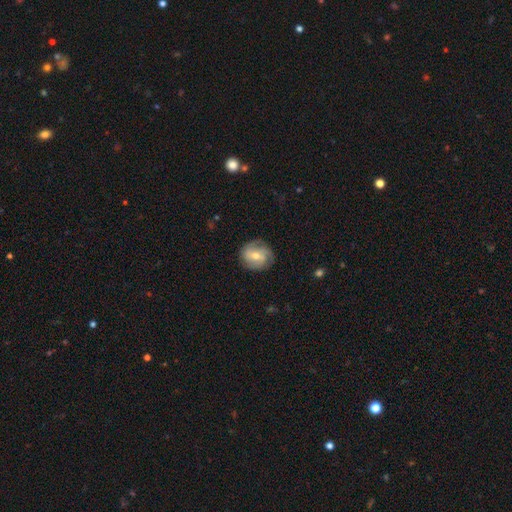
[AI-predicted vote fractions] Smooth or featured: featured or disk — 64% (smooth — 29%)
Edge-on disk: no — 97% (yes — 3%)
Bar: no — 50% (weak — 38%)
Spiral arms: yes — 88% (no — 12%)
Spiral winding: tight — 49% (medium — 37%)
Spiral arm count: 3 — 35% (2 — 26%)
Bulge size: moderate — 62% (small — 33%)
Merging: none — 78% (minor disturbance — 16%)